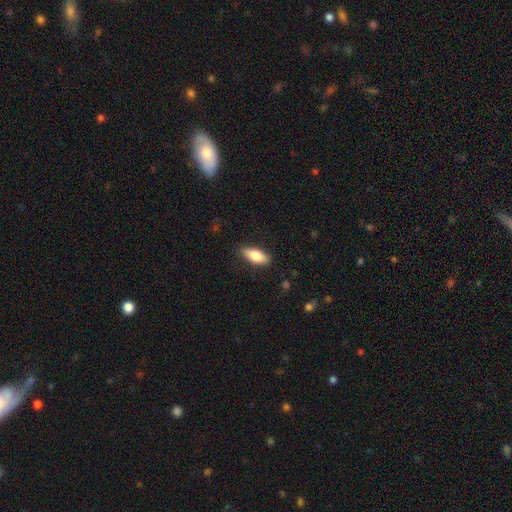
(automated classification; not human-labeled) This appears to be a smooth galaxy with no disk features (81%) that is in between round and cigar-shaped (79%). Merging: none (86%).